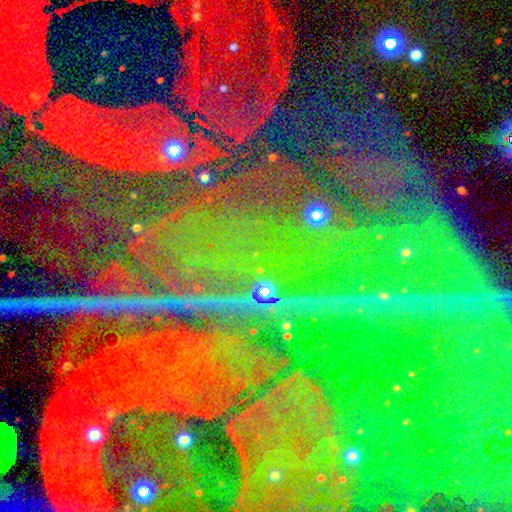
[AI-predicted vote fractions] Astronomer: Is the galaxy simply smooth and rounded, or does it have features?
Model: star or artifact — 89%.